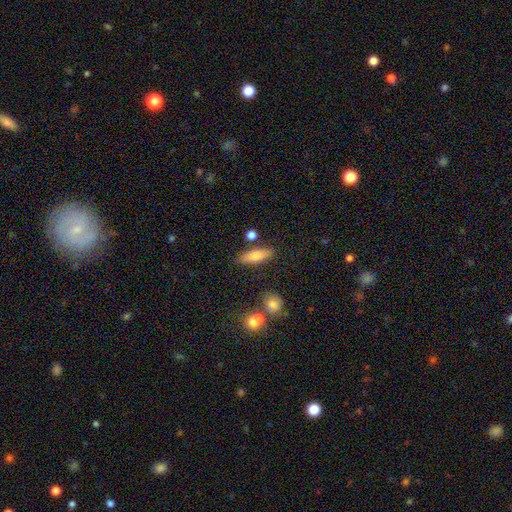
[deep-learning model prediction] Overall: smooth (78%). How rounded: in between (54%; cigar-shaped 42%). Merging: none (77%).